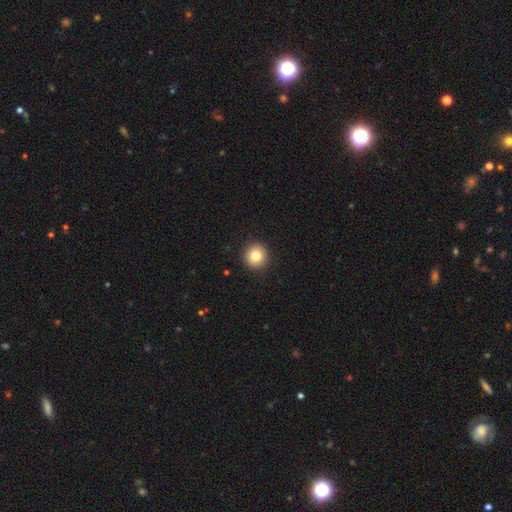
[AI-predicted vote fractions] Morphology: type=smooth (82%); roundness=round (93%); merging=none (92%).